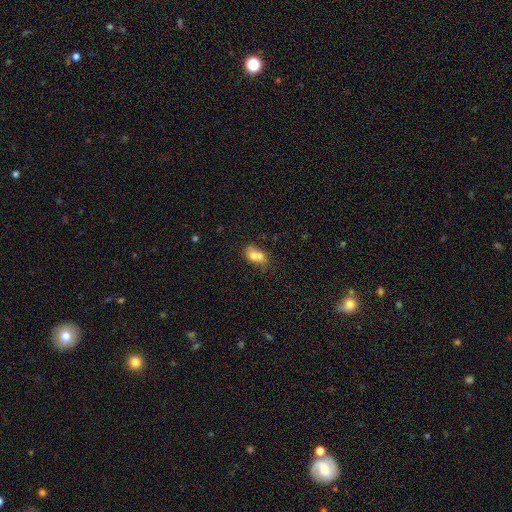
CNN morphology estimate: smooth_or_featured: smooth (p=0.69) [alt: featured or disk p=0.21]
how_rounded: in between (p=0.64) [alt: round p=0.34]
merging: merger (p=0.61) [alt: none p=0.24]